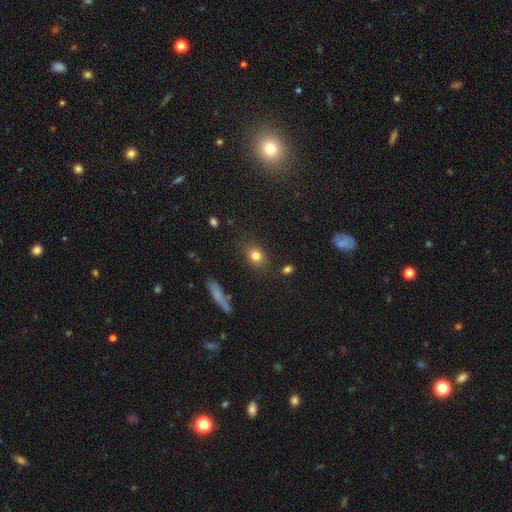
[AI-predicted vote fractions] Smooth or featured?
  - smooth: 80% *
  - star or artifact: 11%
  - featured or disk: 9%
How rounded?
  - round: 52% *
  - in between: 44%
  - cigar-shaped: 3%
Merging?
  - none: 84% *
  - minor disturbance: 11%
  - major disturbance: 3%
  - merger: 2%